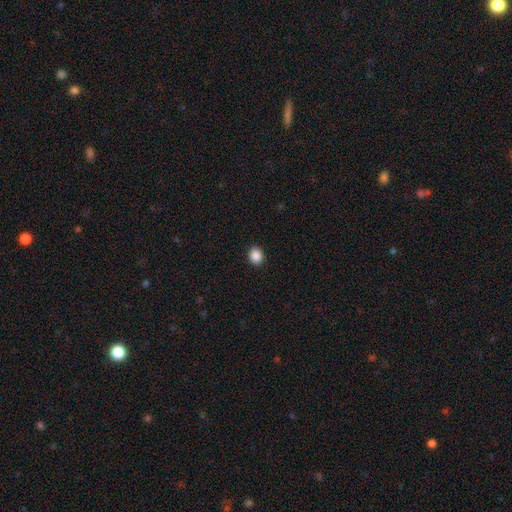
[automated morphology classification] Overall: smooth (88%). How rounded: round (63%; in between 36%). Merging: none (92%).